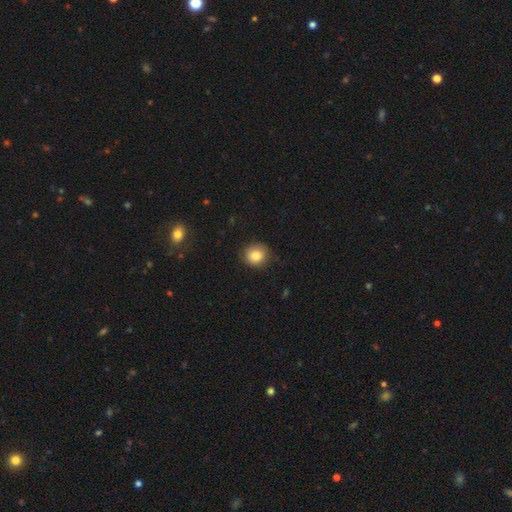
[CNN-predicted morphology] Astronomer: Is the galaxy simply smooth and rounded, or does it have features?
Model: smooth — 82%.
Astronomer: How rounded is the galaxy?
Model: round — 85%.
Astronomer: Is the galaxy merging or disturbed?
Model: none — 84%.